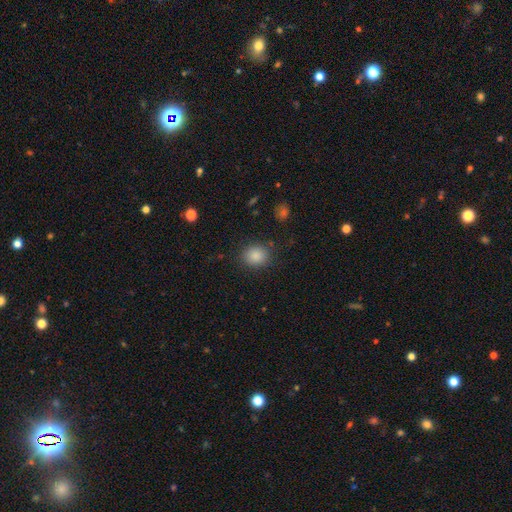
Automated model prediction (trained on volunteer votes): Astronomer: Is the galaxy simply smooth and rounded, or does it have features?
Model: smooth — 85%.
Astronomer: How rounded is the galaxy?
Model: round — 71%.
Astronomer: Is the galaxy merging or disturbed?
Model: none — 84%.